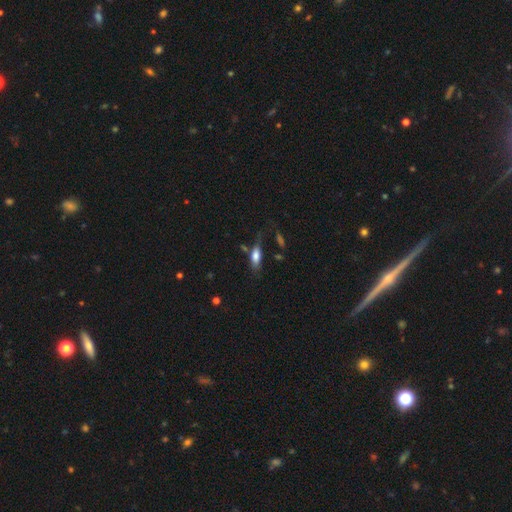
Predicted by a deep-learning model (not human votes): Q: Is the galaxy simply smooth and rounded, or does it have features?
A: smooth — 74%.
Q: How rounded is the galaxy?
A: in between — 71%.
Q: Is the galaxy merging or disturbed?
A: none — 57%.